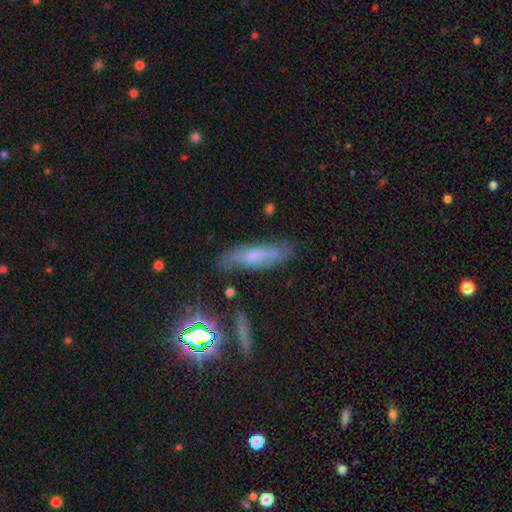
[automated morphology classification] This is possibly a smooth galaxy (48%). Merging: likely none (66%).